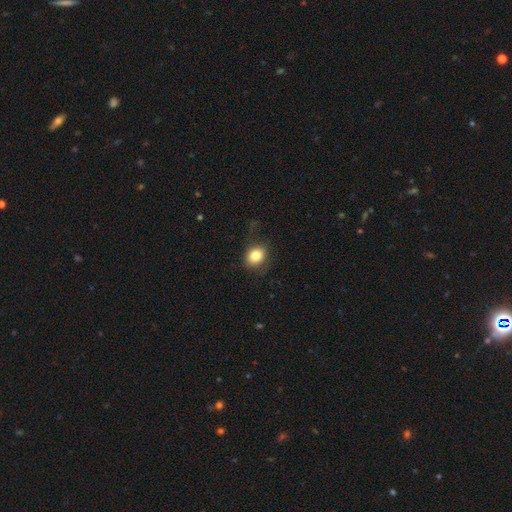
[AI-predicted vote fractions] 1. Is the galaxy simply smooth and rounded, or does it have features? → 81% smooth, 11% star or artifact, 8% featured or disk.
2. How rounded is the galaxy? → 61% round, 38% in between, 1% cigar-shaped.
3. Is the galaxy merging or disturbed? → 77% none, 16% minor disturbance, 6% major disturbance, 1% merger.